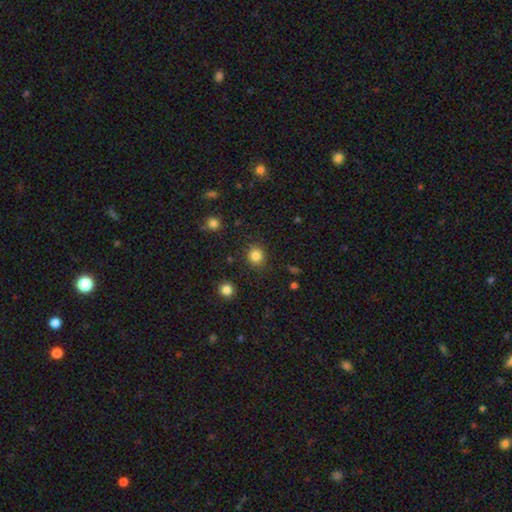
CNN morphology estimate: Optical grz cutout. It shows a smooth galaxy with no disk features (84%) that is round (86%). Merging: none (88%).